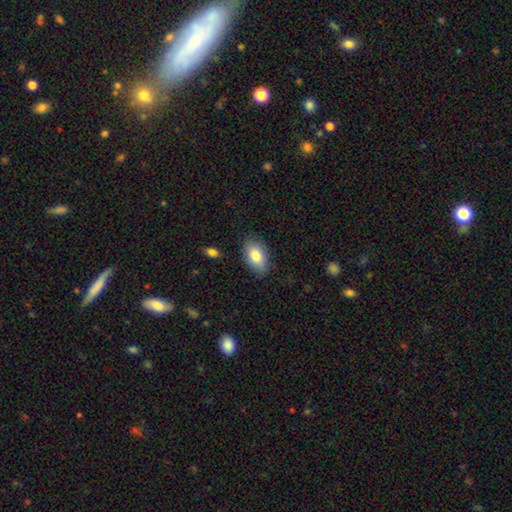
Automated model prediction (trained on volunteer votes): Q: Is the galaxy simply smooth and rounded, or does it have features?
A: smooth — 82%.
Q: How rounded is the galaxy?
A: in between — 92%.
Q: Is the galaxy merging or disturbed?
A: none — 81%.